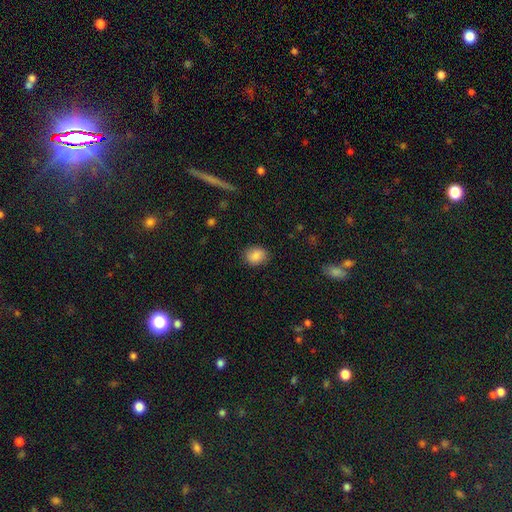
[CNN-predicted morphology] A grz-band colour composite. It shows a smooth galaxy with no disk features (87%) that is round (54%). Merging: none (86%).